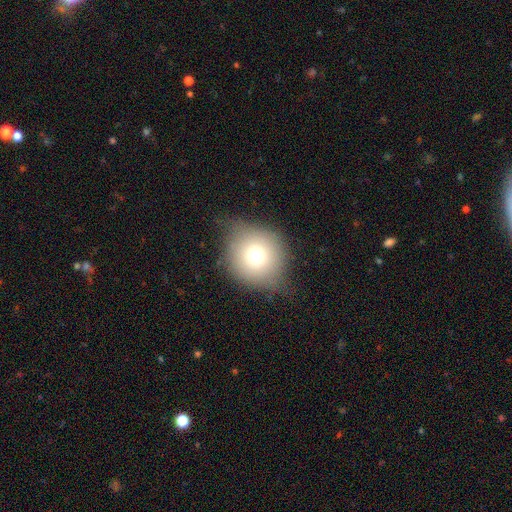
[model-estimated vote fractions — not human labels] Smooth or featured? Predicted: smooth (p=0.70). How rounded? Predicted: round (p=0.85). Merging? Predicted: none (p=0.60).